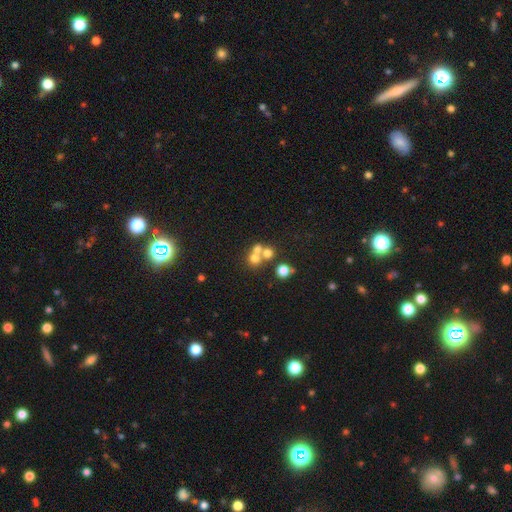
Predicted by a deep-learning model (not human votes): Overall: smooth (60%; featured or disk 22%). How rounded: round (83%). Merging: merger (52%; none 38%).